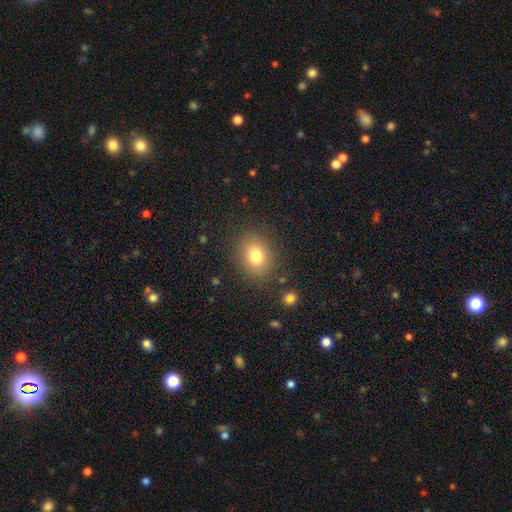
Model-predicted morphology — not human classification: The model was most divided on "how rounded": round: 55%, in between: 44%, cigar-shaped: 1%. More confident: merging — none (84%); smooth or featured — smooth (78%).